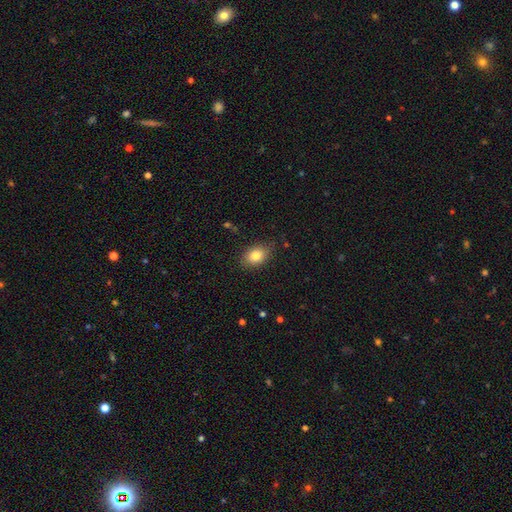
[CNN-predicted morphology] Overall: smooth (82%). How rounded: in between (82%). Merging: none (82%).